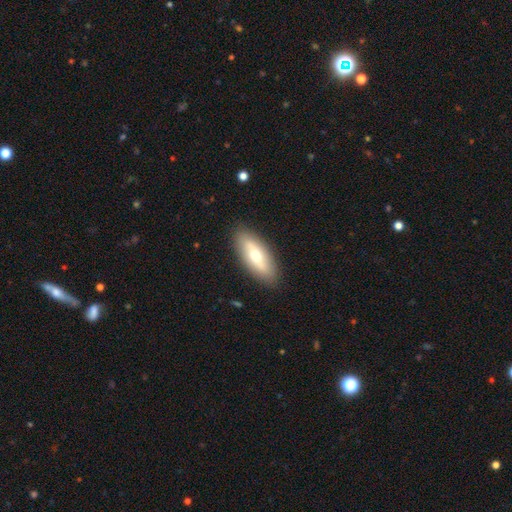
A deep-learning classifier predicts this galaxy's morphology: This is possibly a smooth galaxy (58%). How rounded: likely in between (75%). Merging: clearly none (88%).